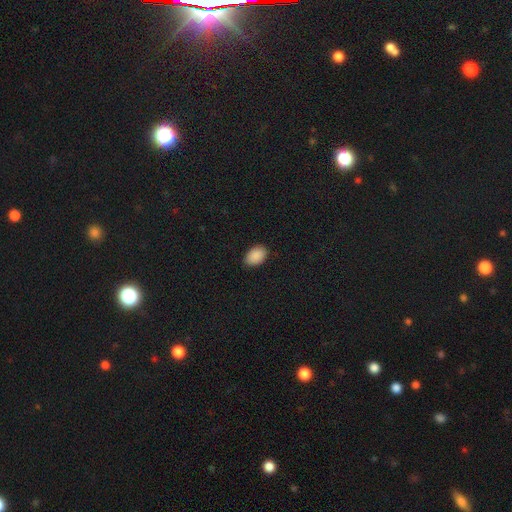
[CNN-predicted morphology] Q: Smooth or featured?
A: smooth (90%); runner-up: star or artifact (7%)
Q: How rounded?
A: in between (88%); runner-up: round (11%)
Q: Merging?
A: none (86%); runner-up: minor disturbance (11%)